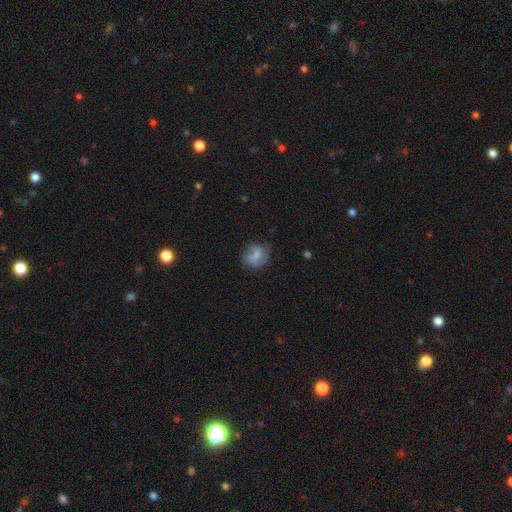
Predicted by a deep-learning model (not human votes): Smooth or featured: smooth — 60% (featured or disk — 31%)
How rounded: round — 57% (in between — 41%)
Merging: none — 57% (minor disturbance — 27%)